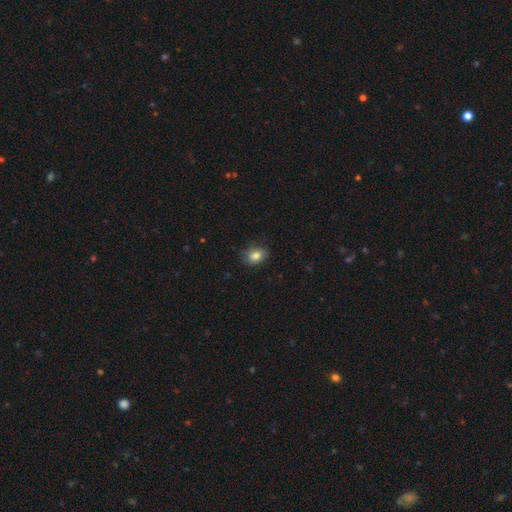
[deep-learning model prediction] smooth-or-featured: smooth: 83% | star or artifact: 10% | featured or disk: 8%
  how-rounded: in between: 58% | round: 41% | cigar-shaped: 1%
  merging: none: 80% | minor disturbance: 16% | major disturbance: 3% | merger: 1%